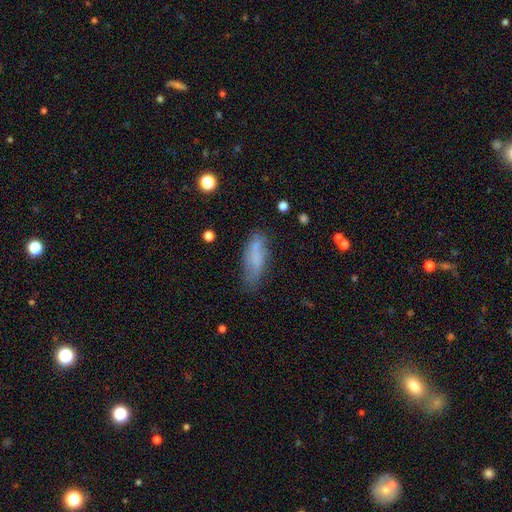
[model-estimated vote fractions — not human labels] This appears to be a smooth galaxy with no disk features (72%) that is in between round and cigar-shaped (55%). Merging: none (65%).